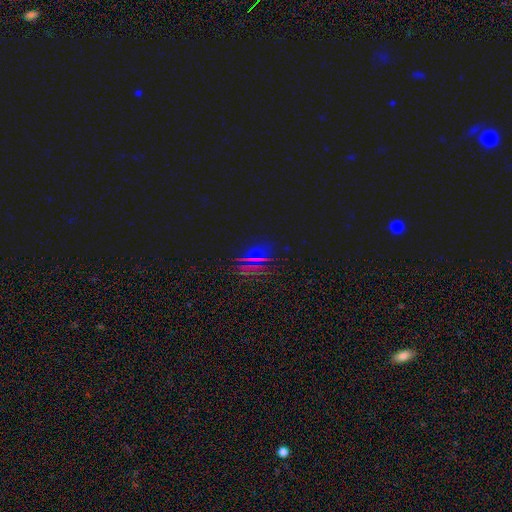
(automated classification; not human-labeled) Overall: star or artifact (63%; smooth 28%).